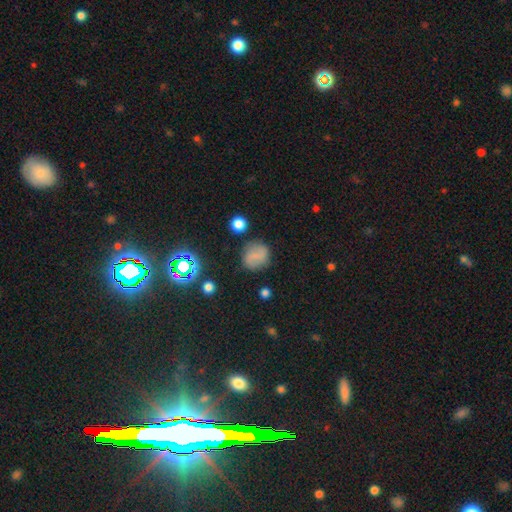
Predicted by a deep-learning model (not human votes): This appears to be a smooth galaxy with no disk features (70%) that is round (81%). Merging: none (79%).